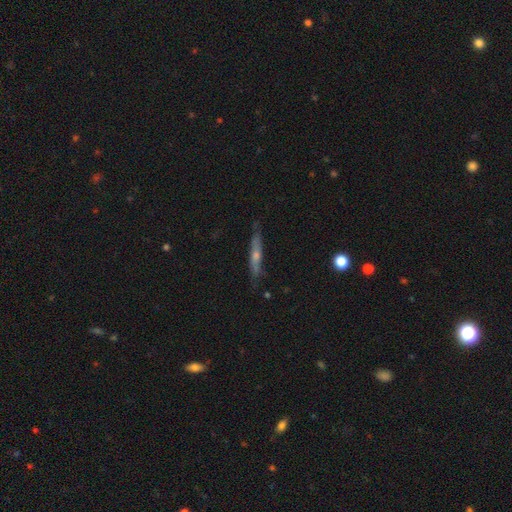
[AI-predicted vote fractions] smooth-or-featured: featured or disk: 60% | smooth: 32% | star or artifact: 7%
  disk-edge-on: yes: 90% | no: 10%
    edge-on-bulge: rounded: 72% | none: 23% | boxy: 4%
  merging: none: 82% | minor disturbance: 14% | major disturbance: 3% | merger: 2%